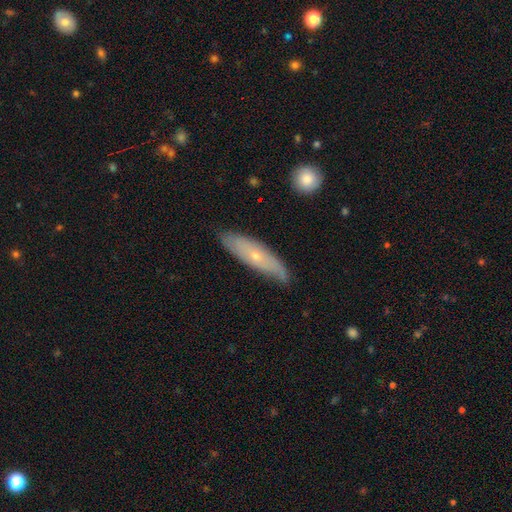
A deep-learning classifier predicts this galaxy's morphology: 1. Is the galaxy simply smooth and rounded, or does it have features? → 49% featured or disk, 44% smooth, 6% star or artifact.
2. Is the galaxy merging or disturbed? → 75% none, 20% minor disturbance, 4% major disturbance, 1% merger.